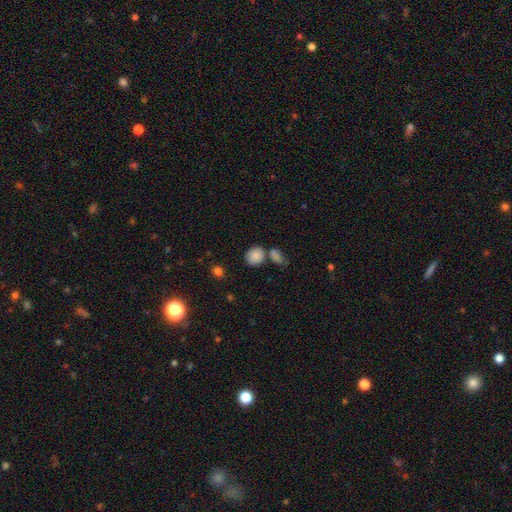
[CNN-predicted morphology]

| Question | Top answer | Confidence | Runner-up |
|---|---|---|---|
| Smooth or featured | smooth | 85% | star or artifact (9%) |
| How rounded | round | 63% | in between (36%) |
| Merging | none | 58% | merger (24%) |